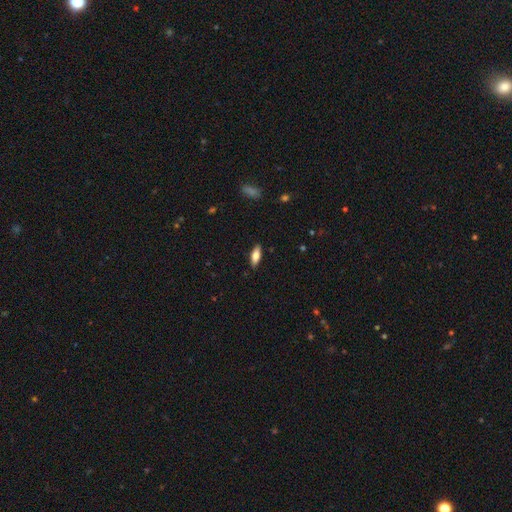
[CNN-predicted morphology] Smooth or featured?
  - smooth: 73% *
  - featured or disk: 20%
  - star or artifact: 6%
How rounded?
  - in between: 67% *
  - cigar-shaped: 31%
  - round: 2%
Merging?
  - none: 88% *
  - minor disturbance: 9%
  - major disturbance: 2%
  - merger: 1%